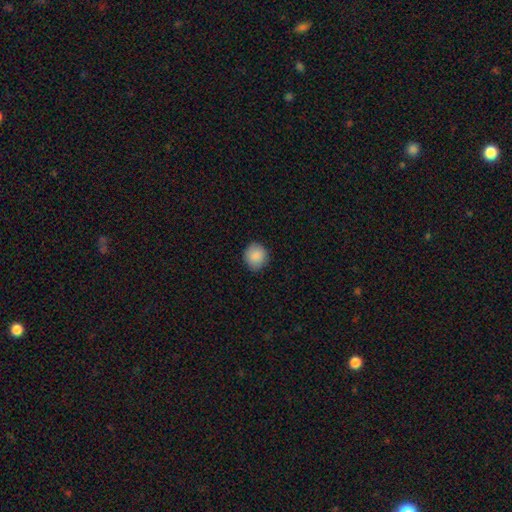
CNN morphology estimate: A smooth galaxy with no disk features (89%) that is round (85%).

Vote fractions:
- Smooth or featured? smooth: 89% / star or artifact: 8% / featured or disk: 4%
- How rounded? round: 85% / in between: 14% / cigar-shaped: 1%
- Merging? none: 88% / minor disturbance: 9% / major disturbance: 2% / merger: 1%